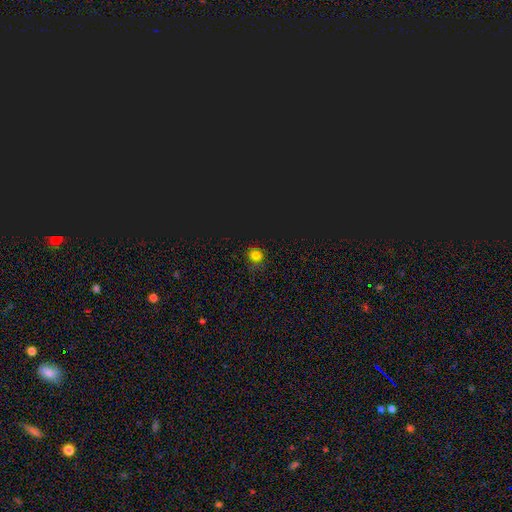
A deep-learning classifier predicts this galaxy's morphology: Smooth or featured?
  - smooth: 70% *
  - star or artifact: 26%
  - featured or disk: 4%
How rounded?
  - round: 87% *
  - in between: 12%
  - cigar-shaped: 1%
Merging?
  - none: 81% *
  - minor disturbance: 14%
  - major disturbance: 4%
  - merger: 2%